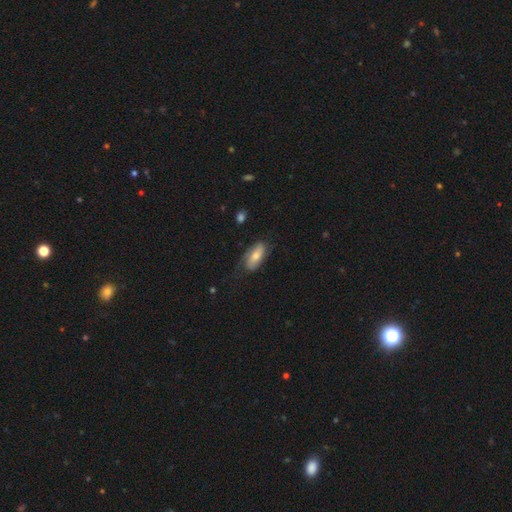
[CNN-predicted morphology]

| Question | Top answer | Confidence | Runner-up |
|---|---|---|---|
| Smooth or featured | smooth | 62% | featured or disk (32%) |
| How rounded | in between | 84% | cigar-shaped (13%) |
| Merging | none | 64% | minor disturbance (25%) |